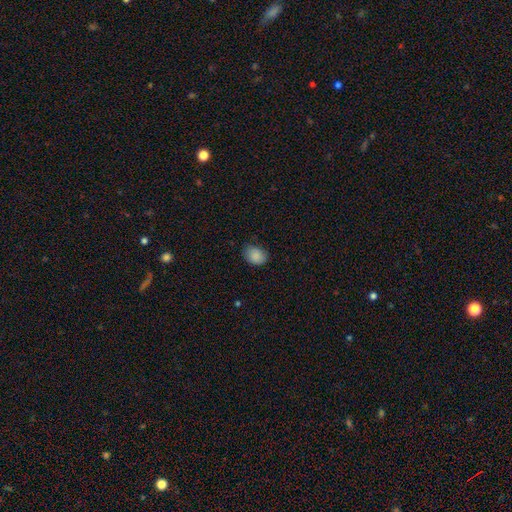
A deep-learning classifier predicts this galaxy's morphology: A smooth galaxy with no disk features (88%) that is in between round and cigar-shaped (62%).

Vote fractions:
- Smooth or featured? smooth: 88% / star or artifact: 8% / featured or disk: 4%
- How rounded? in between: 62% / round: 37% / cigar-shaped: 1%
- Merging? none: 75% / minor disturbance: 20% / major disturbance: 4% / merger: 1%